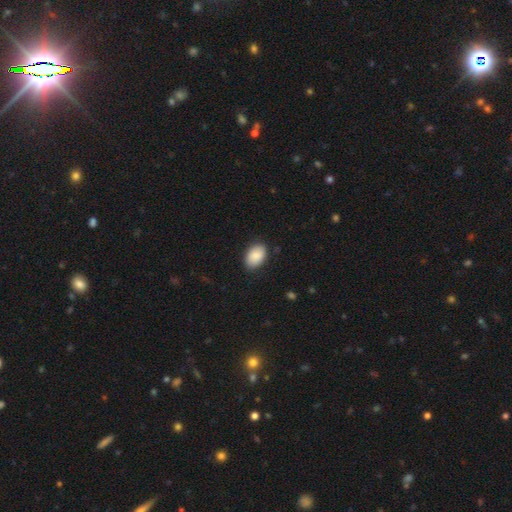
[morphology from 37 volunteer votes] Smooth or featured? smooth (86%)
How rounded? in between (94%)
Merging? none (74%)